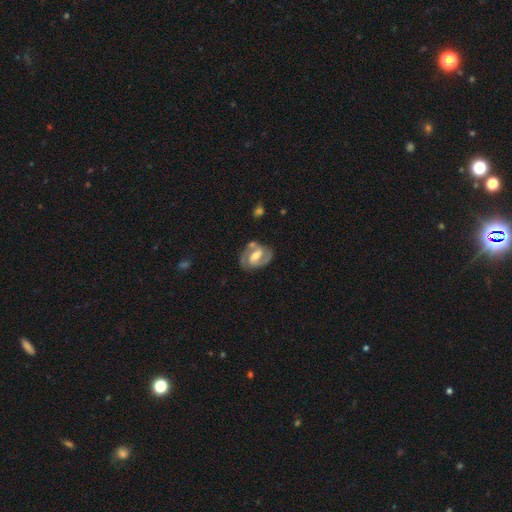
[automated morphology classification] Smooth or featured?
  - featured or disk: 79% *
  - smooth: 16%
  - star or artifact: 5%
Edge-on disk?
  - no: 97% *
  - yes: 3%
Bar?
  - weak: 44% *
  - strong: 37%
  - no: 19%
Spiral arms?
  - yes: 89% *
  - no: 11%
Spiral winding?
  - medium: 51% *
  - tight: 34%
  - loose: 15%
Spiral arm count?
  - 2: 86% *
  - can't tell: 7%
  - 1: 3%
  - 3: 2%
  - 4: 1%
  - more than 4: 1%
Bulge size?
  - moderate: 57% *
  - small: 29%
  - large: 9%
  - none: 3%
  - dominant: 1%
Merging?
  - none: 70% *
  - minor disturbance: 17%
  - merger: 7%
  - major disturbance: 7%